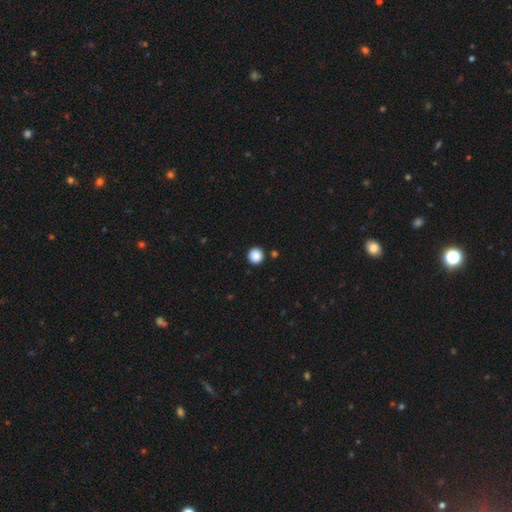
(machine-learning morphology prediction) smooth 88%, star or artifact 10%, featured or disk 2%. Down the decision tree: how rounded — round (95%); merging — none (92%).